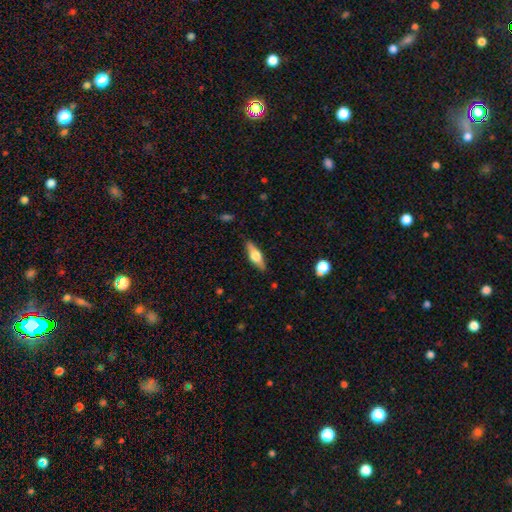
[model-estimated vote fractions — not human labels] The model was most divided on "smooth or featured": featured or disk: 58%, smooth: 36%, star or artifact: 6%. More confident: edge-on disk — yes (94%); edge-on bulge — rounded (91%); merging — none (86%).